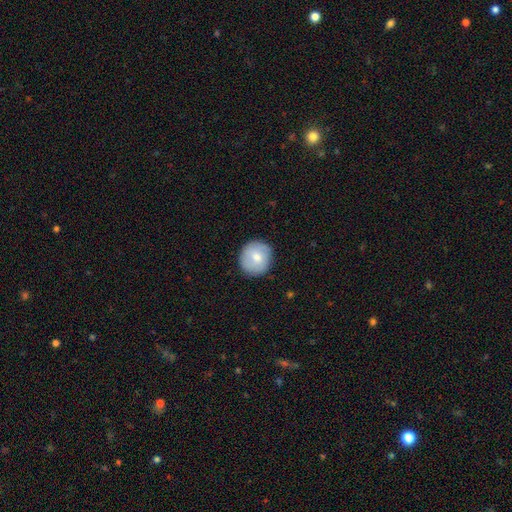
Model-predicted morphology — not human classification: Q: Smooth or featured?
A: smooth (75%); runner-up: featured or disk (18%)
Q: How rounded?
A: round (90%); runner-up: in between (9%)
Q: Merging?
A: none (88%); runner-up: minor disturbance (9%)